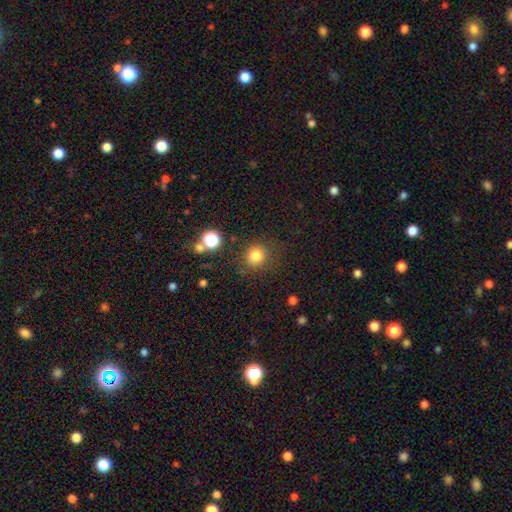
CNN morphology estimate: The model was most divided on "smooth or featured": smooth: 81%, star or artifact: 14%, featured or disk: 5%. More confident: how rounded — round (89%); merging — none (83%).